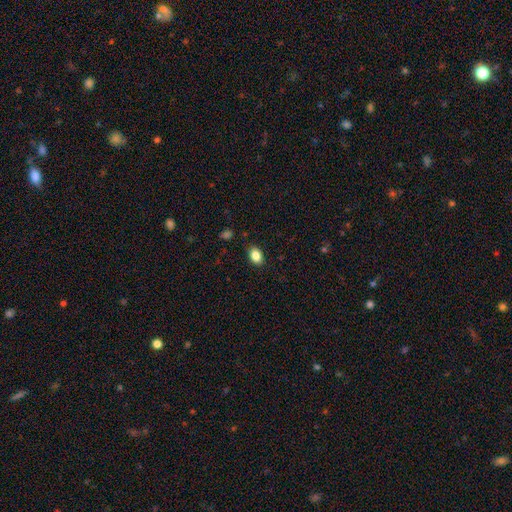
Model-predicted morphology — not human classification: The model was most divided on "how rounded": in between: 79%, round: 20%, cigar-shaped: 1%. More confident: merging — none (86%); smooth or featured — smooth (85%).